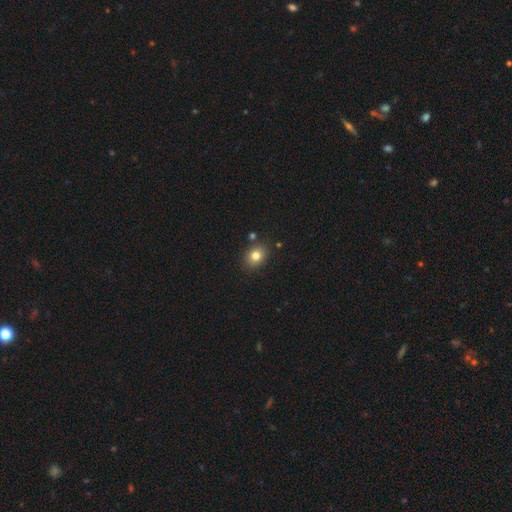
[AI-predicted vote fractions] smooth-or-featured: smooth: 80% | star or artifact: 11% | featured or disk: 8%
  how-rounded: round: 50% | in between: 49% | cigar-shaped: 1%
  merging: none: 84% | minor disturbance: 10% | merger: 4% | major disturbance: 2%